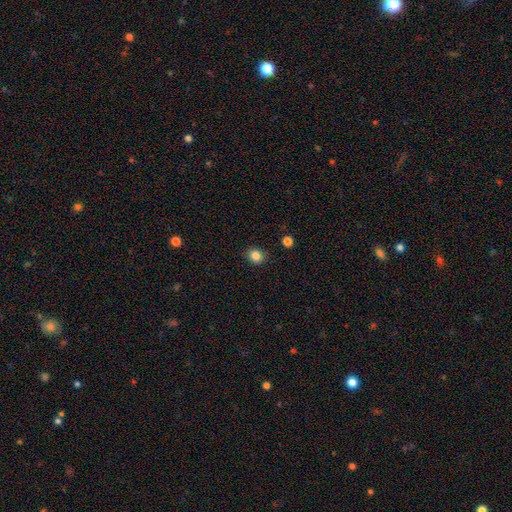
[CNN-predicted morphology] Smooth or featured? Predicted: smooth (p=0.84). How rounded? Predicted: round (p=0.71). Merging? Predicted: none (p=0.88).